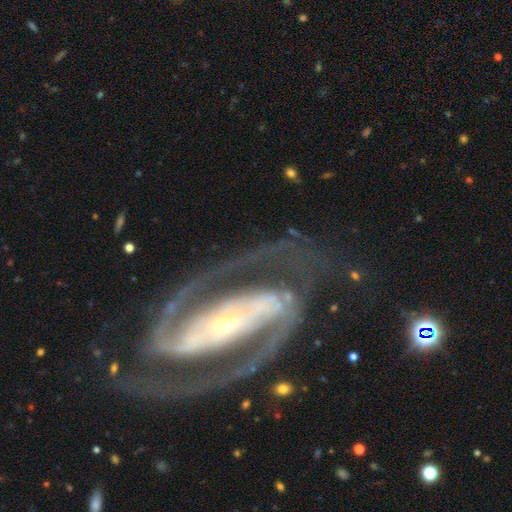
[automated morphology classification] The model was most divided on "spiral winding": medium: 55%, tight: 32%, loose: 12%. More confident: spiral arms — yes (98%); edge-on disk — no (97%); spiral arm count — 2 (93%); smooth or featured — featured or disk (93%); merging — none (74%); bulge size — small (71%); bar — strong (64%).